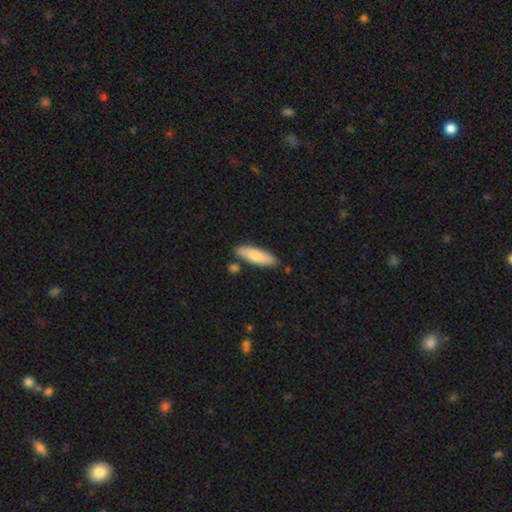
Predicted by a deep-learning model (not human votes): The model was most divided on "how rounded": cigar-shaped: 53%, in between: 45%, round: 2%. More confident: merging — none (83%); smooth or featured — smooth (75%).